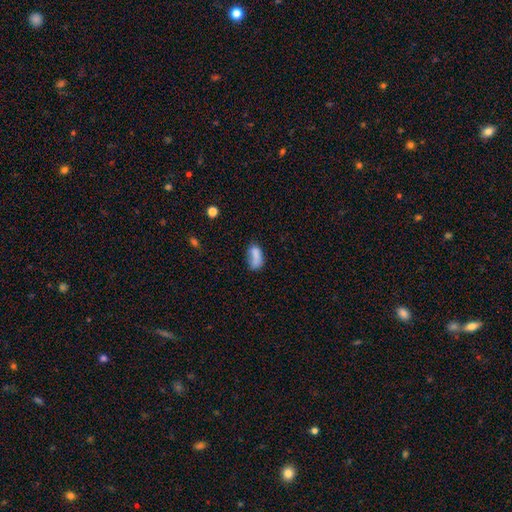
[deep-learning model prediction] A smooth galaxy with no disk features (77%) that is in between round and cigar-shaped (89%).

Vote fractions:
- Smooth or featured? smooth: 77% / featured or disk: 13% / star or artifact: 10%
- How rounded? in between: 89% / round: 6% / cigar-shaped: 5%
- Merging? none: 40% / minor disturbance: 26% / merger: 18% / major disturbance: 16%